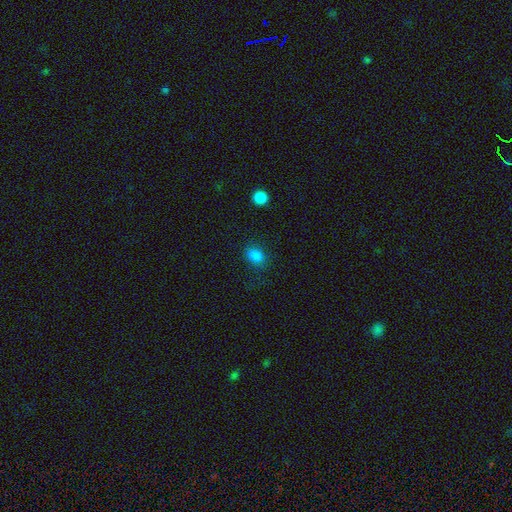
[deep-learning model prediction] The model was most divided on "how rounded": in between: 72%, round: 27%, cigar-shaped: 1%. More confident: smooth or featured — smooth (85%); merging — none (78%).